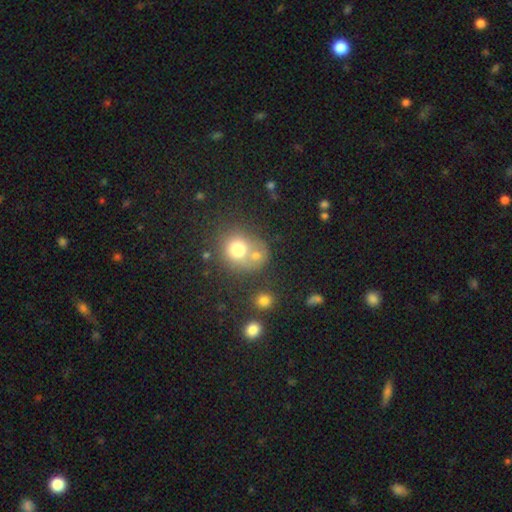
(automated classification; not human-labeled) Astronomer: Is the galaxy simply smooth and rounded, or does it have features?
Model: smooth — 71%.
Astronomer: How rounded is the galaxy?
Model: round — 76%.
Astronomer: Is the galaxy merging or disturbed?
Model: merger — 46% (runner-up: none, 37%).